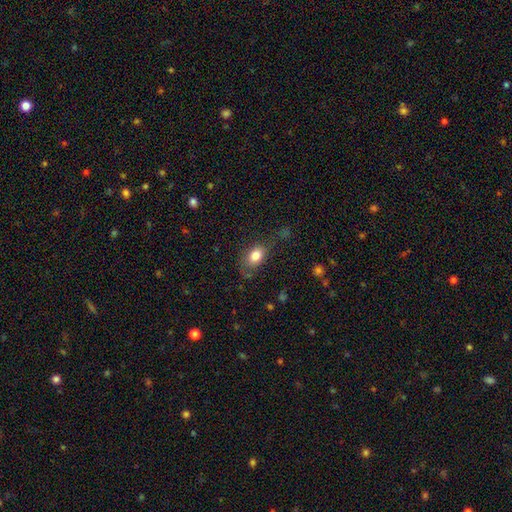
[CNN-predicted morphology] Smooth or featured?
  - smooth: 80% *
  - featured or disk: 12%
  - star or artifact: 8%
How rounded?
  - in between: 82% *
  - round: 16%
  - cigar-shaped: 2%
Merging?
  - none: 62% *
  - minor disturbance: 24%
  - major disturbance: 12%
  - merger: 3%